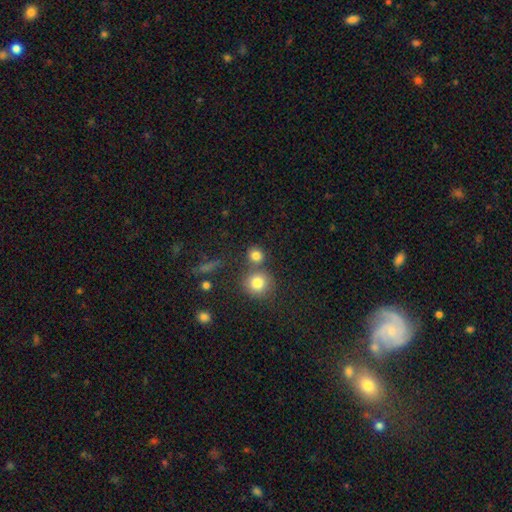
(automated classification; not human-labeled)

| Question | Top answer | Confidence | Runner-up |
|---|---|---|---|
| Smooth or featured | smooth | 80% | star or artifact (13%) |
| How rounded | round | 86% | in between (12%) |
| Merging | none | 65% | merger (23%) |